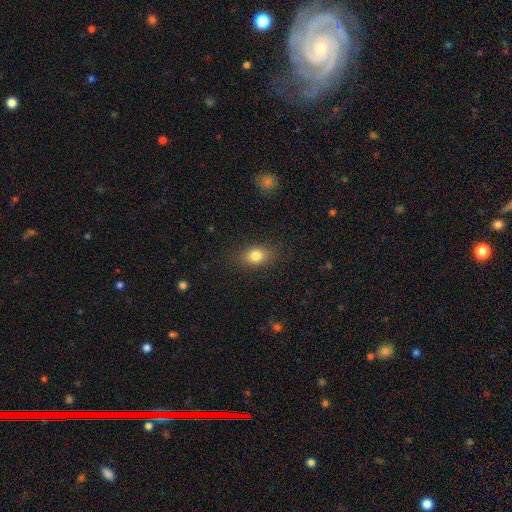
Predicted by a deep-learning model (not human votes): Overall: smooth (81%). How rounded: in between (69%). Merging: none (83%).